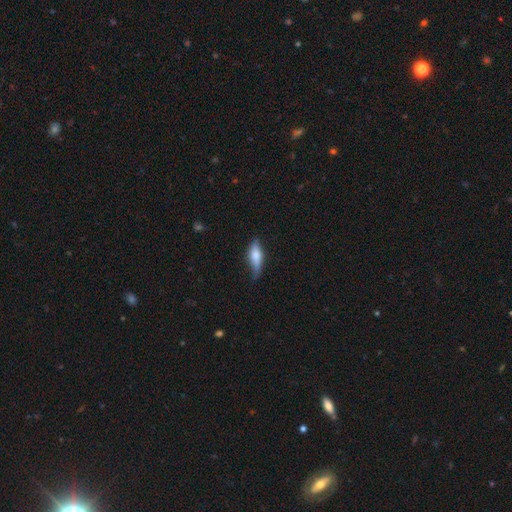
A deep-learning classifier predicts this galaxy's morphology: smooth 62%, featured or disk 31%, star or artifact 7%. Down the decision tree: how rounded — in between (60%); merging — none (52%).